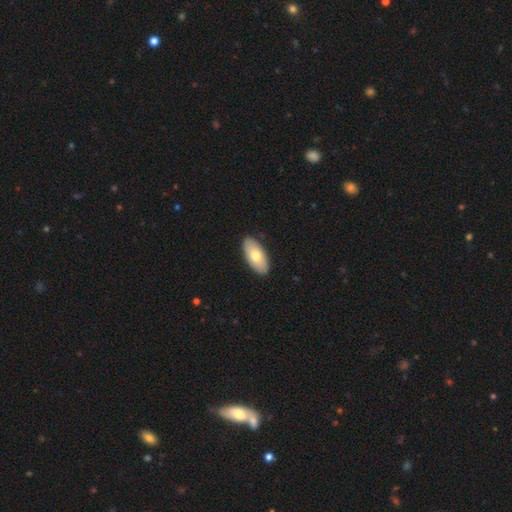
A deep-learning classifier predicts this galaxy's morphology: smooth-or-featured: smooth: 72% | featured or disk: 23% | star or artifact: 5%
  how-rounded: in between: 93% | cigar-shaped: 4% | round: 2%
  merging: none: 89% | minor disturbance: 8% | major disturbance: 2% | merger: 1%